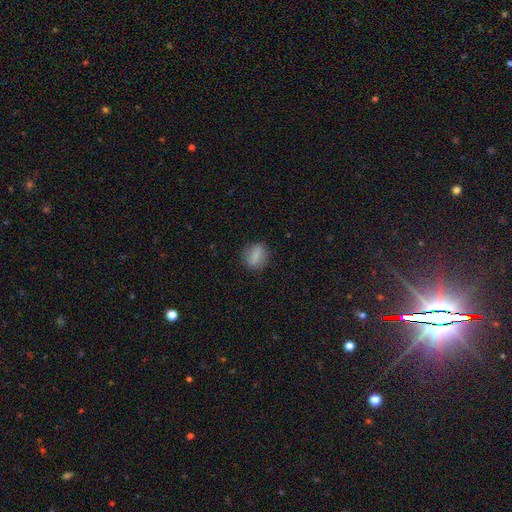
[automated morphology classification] type=smooth (75%); roundness=round (58%); merging=none (85%).